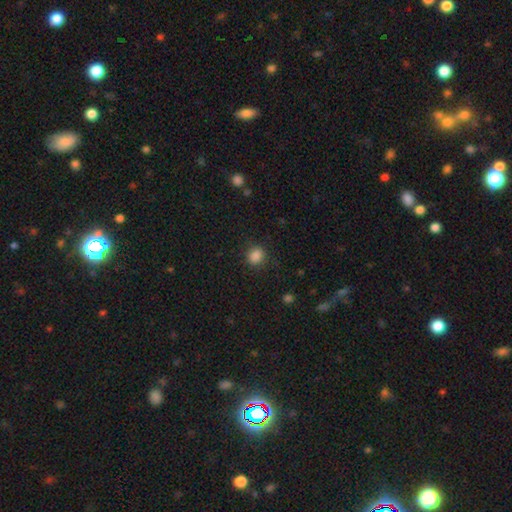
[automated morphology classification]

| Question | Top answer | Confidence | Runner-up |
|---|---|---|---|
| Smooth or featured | smooth | 86% | star or artifact (10%) |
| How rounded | round | 64% | in between (35%) |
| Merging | none | 85% | minor disturbance (10%) |